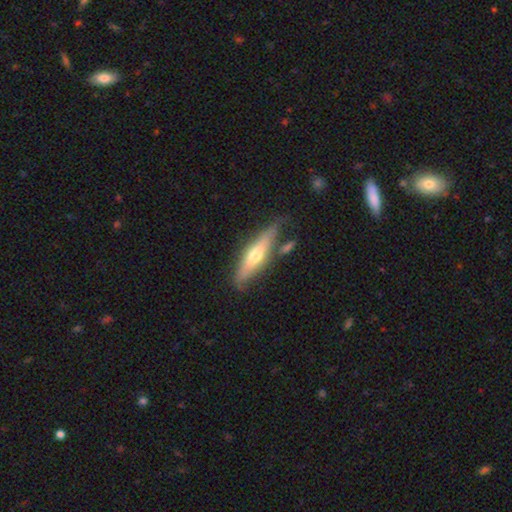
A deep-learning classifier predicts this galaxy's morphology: Smooth or featured?
  - featured or disk: 51% *
  - smooth: 43%
  - star or artifact: 6%
Edge-on disk?
  - yes: 80% *
  - no: 20%
Merging?
  - none: 66% *
  - minor disturbance: 20%
  - merger: 9%
  - major disturbance: 6%